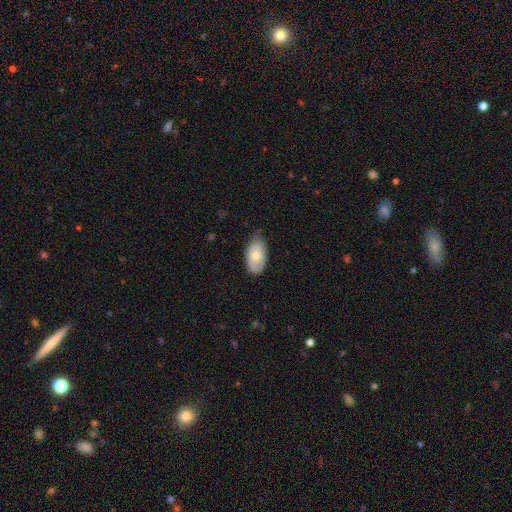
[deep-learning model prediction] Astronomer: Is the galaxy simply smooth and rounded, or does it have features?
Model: smooth — 67%.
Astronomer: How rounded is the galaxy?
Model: in between — 93%.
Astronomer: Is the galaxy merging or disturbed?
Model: none — 58% (runner-up: minor disturbance, 35%).